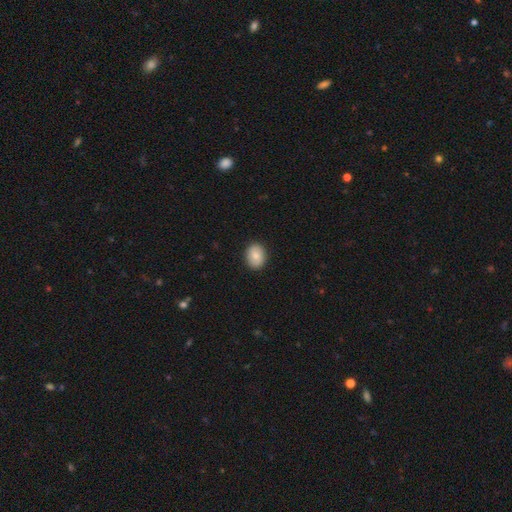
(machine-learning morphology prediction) Smooth or featured: smooth — 81% (featured or disk — 12%)
How rounded: in between — 58% (round — 41%)
Merging: none — 89% (minor disturbance — 8%)